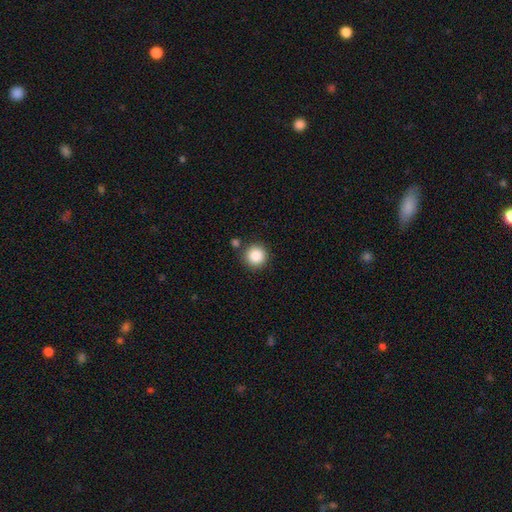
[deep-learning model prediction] Smooth or featured?
  - smooth: 87% *
  - star or artifact: 9%
  - featured or disk: 4%
How rounded?
  - round: 95% *
  - in between: 4%
  - cigar-shaped: 1%
Merging?
  - none: 84% *
  - minor disturbance: 8%
  - merger: 6%
  - major disturbance: 2%